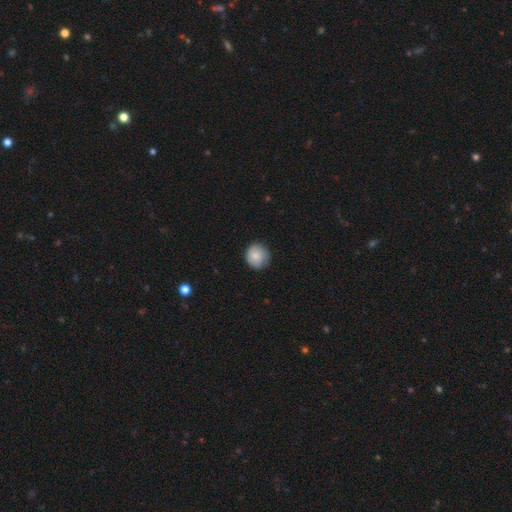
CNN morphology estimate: Smooth or featured: smooth — 81% (featured or disk — 12%)
How rounded: round — 86% (in between — 13%)
Merging: none — 79% (minor disturbance — 17%)